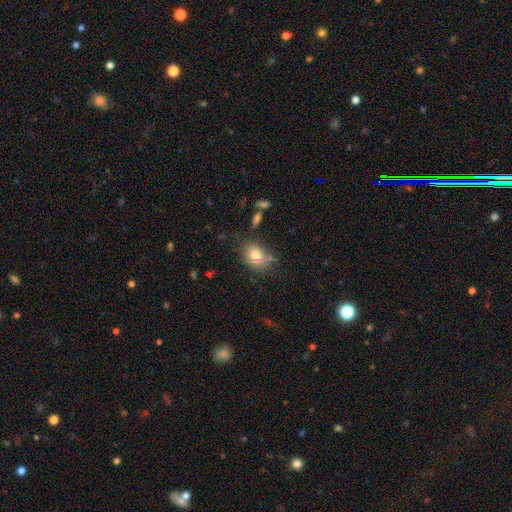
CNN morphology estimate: The model was most divided on "how rounded": in between: 70%, round: 29%, cigar-shaped: 1%. More confident: smooth or featured — smooth (80%); merging — none (71%).